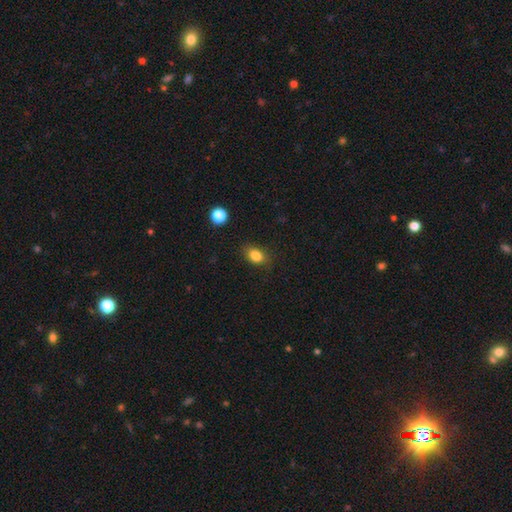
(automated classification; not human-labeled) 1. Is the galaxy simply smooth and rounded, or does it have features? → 84% smooth, 10% star or artifact, 5% featured or disk.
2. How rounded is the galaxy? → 77% in between, 21% round, 2% cigar-shaped.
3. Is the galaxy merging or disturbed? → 83% none, 12% minor disturbance, 3% major disturbance, 1% merger.